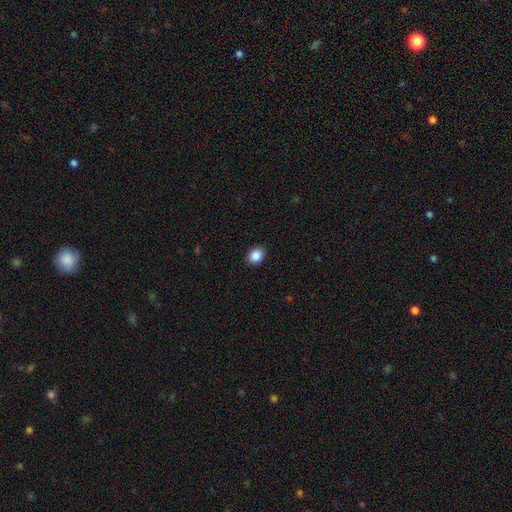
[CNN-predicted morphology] Smooth or featured: smooth — 87% (star or artifact — 9%)
How rounded: round — 50% (in between — 49%)
Merging: none — 90% (minor disturbance — 7%)